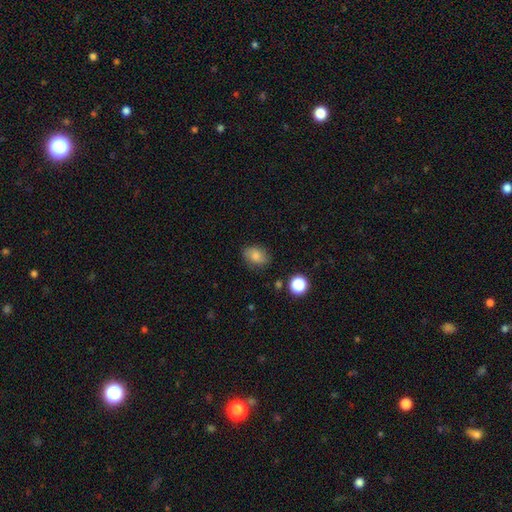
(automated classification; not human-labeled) Overall: smooth (81%). How rounded: in between (75%). Merging: none (79%).